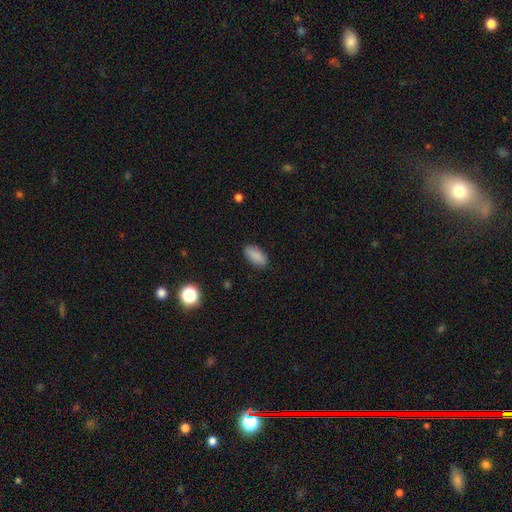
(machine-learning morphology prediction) The model was most divided on "merging": none: 85%, minor disturbance: 11%, major disturbance: 2%, merger: 1%. More confident: how rounded — in between (90%); smooth or featured — smooth (87%).